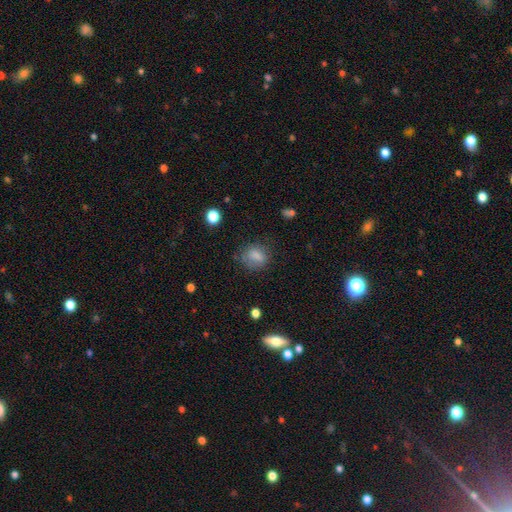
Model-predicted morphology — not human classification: smooth_or_featured: smooth (p=0.78) [alt: star or artifact p=0.11]
how_rounded: in between (p=0.50) [alt: round p=0.48]
merging: none (p=0.63) [alt: minor disturbance p=0.23]